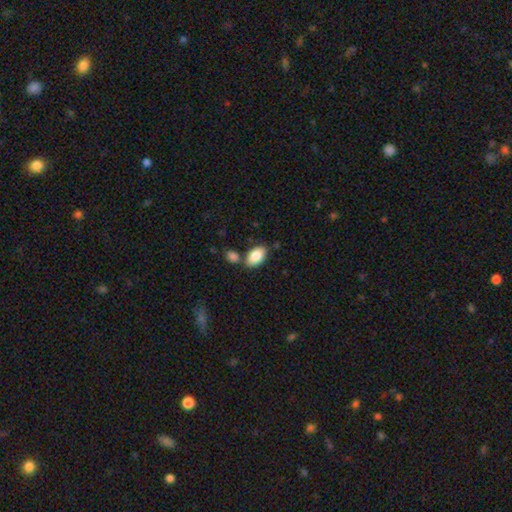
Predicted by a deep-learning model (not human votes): Smooth or featured?
  - smooth: 86% *
  - featured or disk: 7%
  - star or artifact: 6%
How rounded?
  - in between: 94% *
  - round: 5%
  - cigar-shaped: 2%
Merging?
  - none: 71% *
  - merger: 14%
  - minor disturbance: 12%
  - major disturbance: 3%